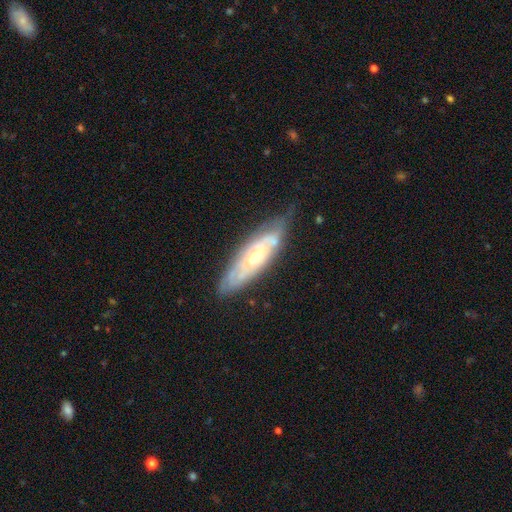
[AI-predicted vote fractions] Overall: featured or disk (68%). Edge-on disk: no (71%). Merging: none (63%; minor disturbance 26%).